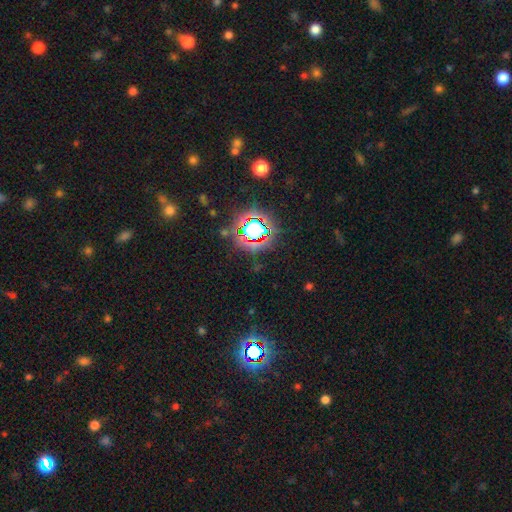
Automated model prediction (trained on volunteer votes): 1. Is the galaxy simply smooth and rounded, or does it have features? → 78% star or artifact, 14% smooth, 8% featured or disk.